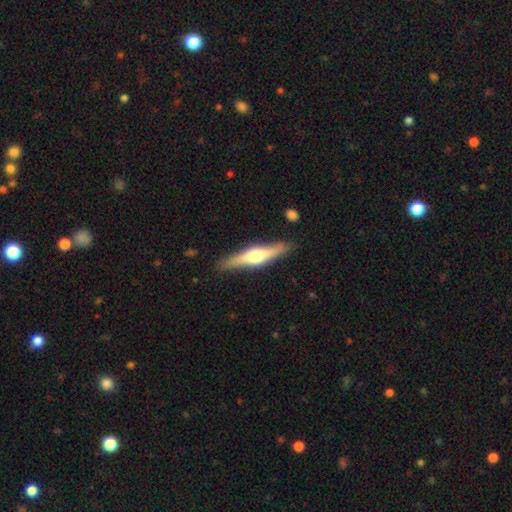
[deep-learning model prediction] The model was most divided on "smooth or featured": featured or disk: 58%, smooth: 36%, star or artifact: 5%. More confident: edge-on disk — yes (94%); edge-on bulge — rounded (90%); merging — none (86%).